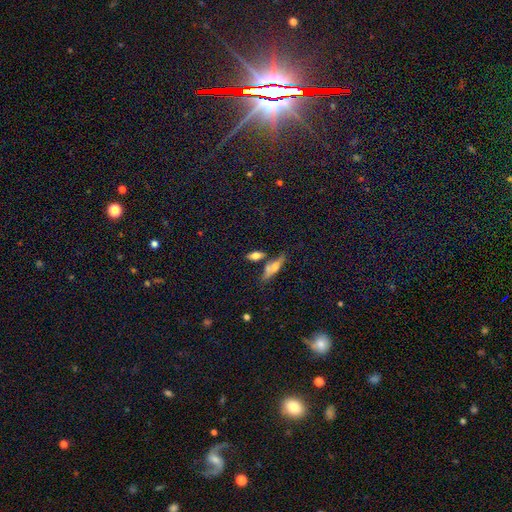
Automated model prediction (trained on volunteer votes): Smooth or featured? smooth (68%)
How rounded? in between (70%)
Merging? none (56%)